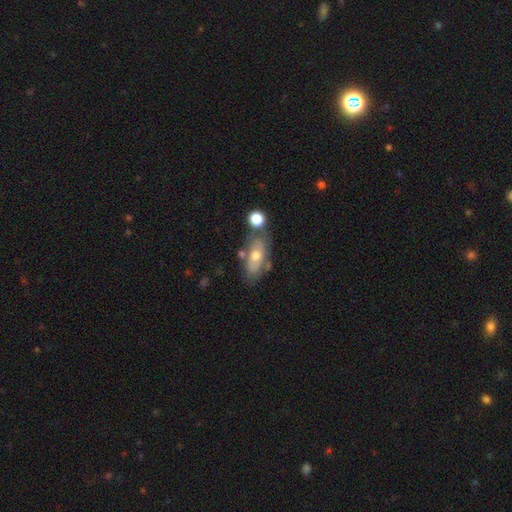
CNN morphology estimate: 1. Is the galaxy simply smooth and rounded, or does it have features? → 47% smooth, 44% featured or disk, 9% star or artifact.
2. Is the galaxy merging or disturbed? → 56% none, 20% minor disturbance, 16% merger, 8% major disturbance.